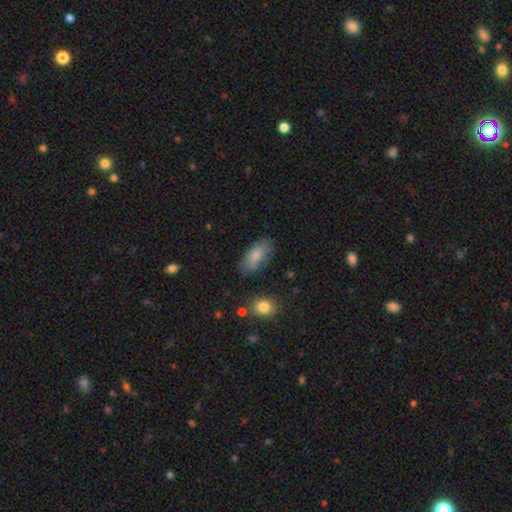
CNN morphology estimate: Overall: smooth (79%). How rounded: in between (90%). Merging: none (77%).